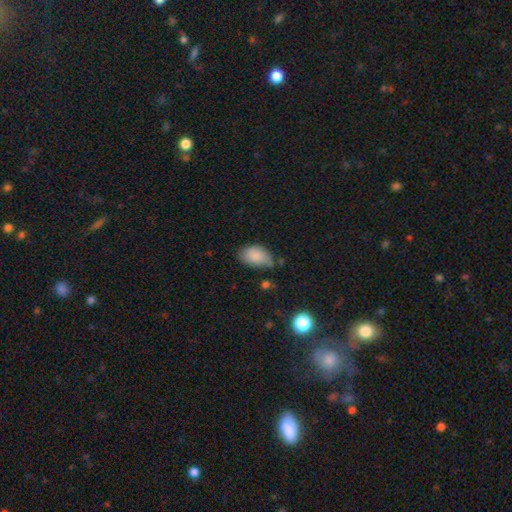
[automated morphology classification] The model was most divided on "merging": none: 55%, minor disturbance: 33%, major disturbance: 8%, merger: 4%. More confident: how rounded — in between (91%); smooth or featured — smooth (84%).